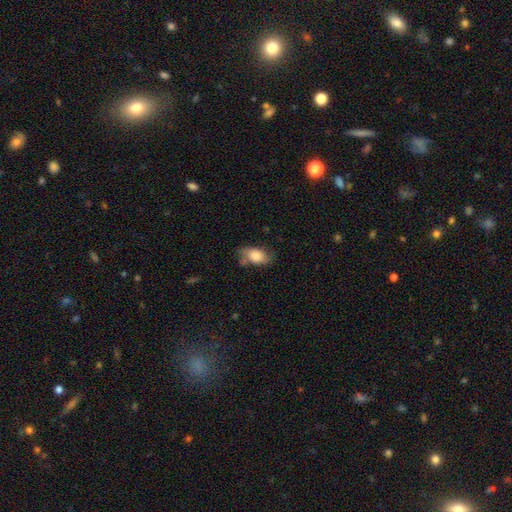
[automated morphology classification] smooth-or-featured: smooth: 80% | featured or disk: 13% | star or artifact: 7%
  how-rounded: in between: 89% | round: 7% | cigar-shaped: 4%
  merging: none: 61% | minor disturbance: 25% | merger: 7% | major disturbance: 7%